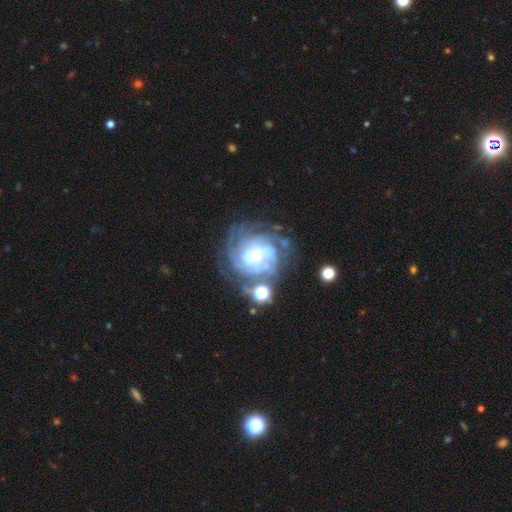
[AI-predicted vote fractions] Smooth or featured? featured or disk (83%)
Edge-on disk? no (97%)
Bar? no (70%)
Spiral arms? yes (94%)
Spiral winding? tight (66%)
Spiral arm count? can't tell (34%)
Bulge size? small (56%)
Merging? none (64%)